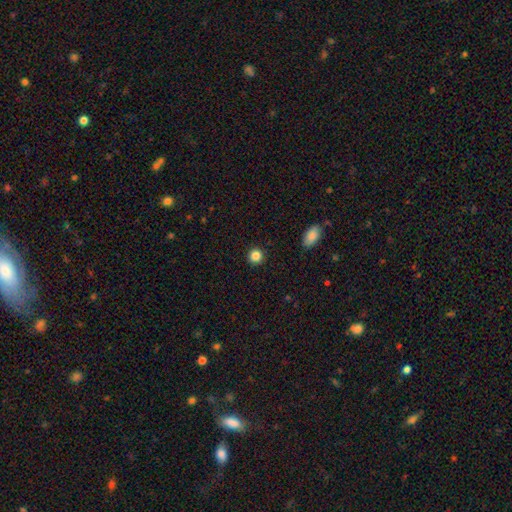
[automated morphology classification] smooth 85%, star or artifact 11%, featured or disk 4%. Down the decision tree: how rounded — round (93%); merging — none (92%).